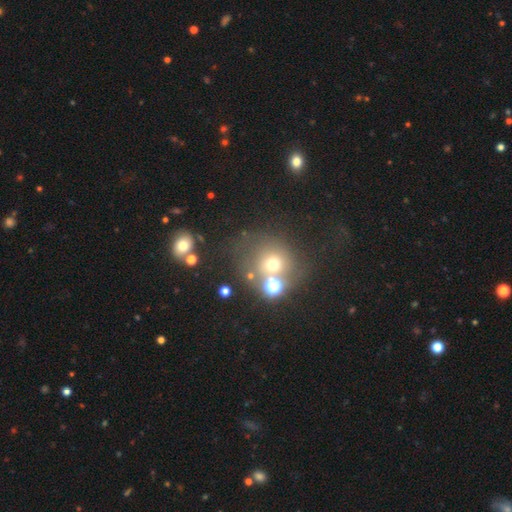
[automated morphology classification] Smooth or featured: smooth — 45% (star or artifact — 38%)
Merging: none — 51% (merger — 30%)